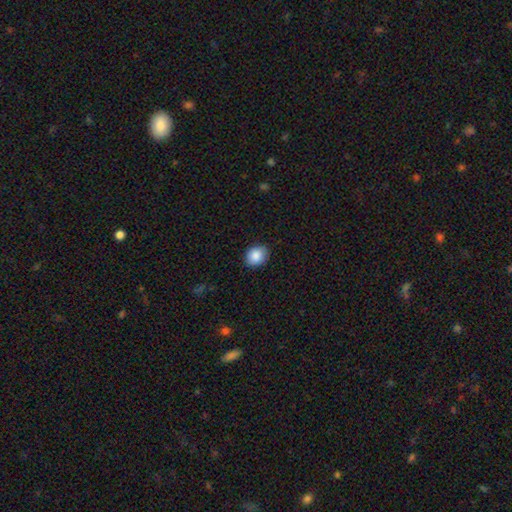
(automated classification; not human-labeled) Q: Smooth or featured?
A: smooth (87%); runner-up: star or artifact (8%)
Q: How rounded?
A: round (58%); runner-up: in between (41%)
Q: Merging?
A: none (85%); runner-up: minor disturbance (12%)